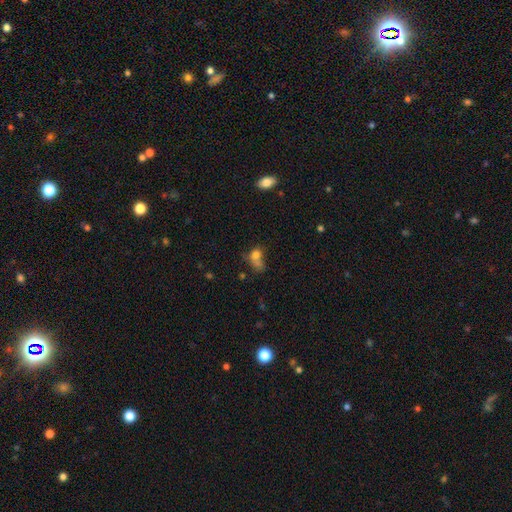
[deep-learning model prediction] This is likely a smooth galaxy (71%). How rounded: possibly round (53%). Merging: marginally merger (41%).